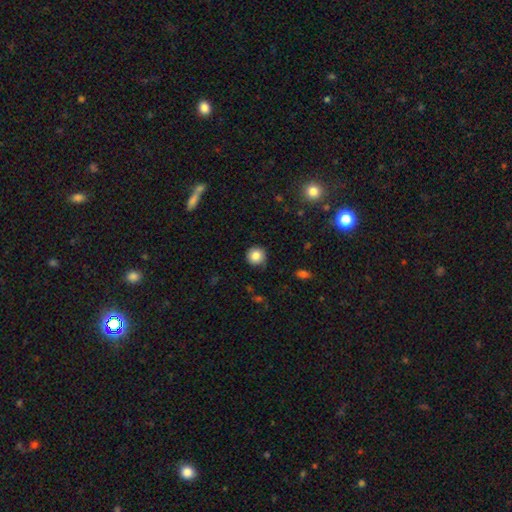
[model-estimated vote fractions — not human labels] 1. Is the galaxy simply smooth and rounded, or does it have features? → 84% smooth, 10% star or artifact, 6% featured or disk.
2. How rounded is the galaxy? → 94% round, 5% in between, 1% cigar-shaped.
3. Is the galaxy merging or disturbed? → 85% none, 11% minor disturbance, 3% major disturbance, 1% merger.